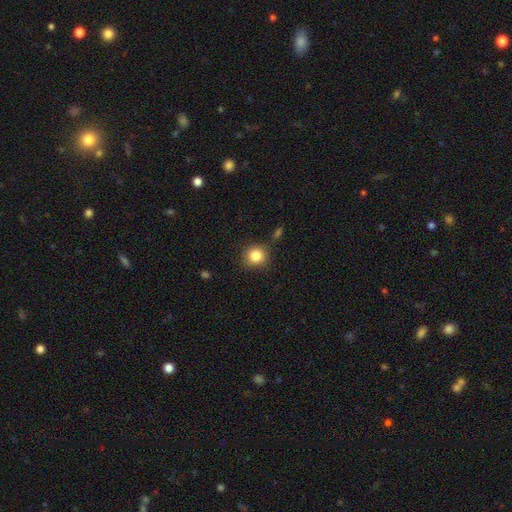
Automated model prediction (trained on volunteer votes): The model was most divided on "smooth or featured": smooth: 84%, star or artifact: 10%, featured or disk: 6%. More confident: how rounded — round (89%); merging — none (84%).